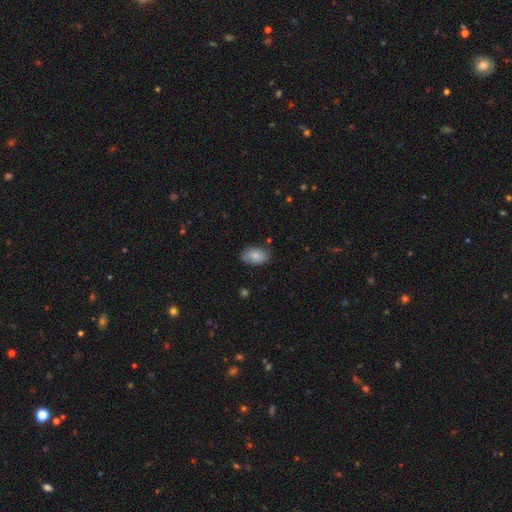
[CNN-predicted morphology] Overall: smooth (80%). How rounded: in between (90%). Merging: none (78%).